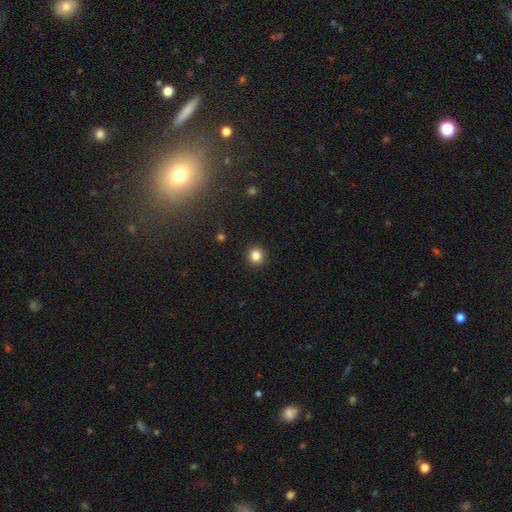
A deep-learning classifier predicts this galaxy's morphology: Smooth or featured?
  - smooth: 84% *
  - star or artifact: 11%
  - featured or disk: 5%
How rounded?
  - round: 91% *
  - in between: 8%
  - cigar-shaped: 1%
Merging?
  - none: 92% *
  - minor disturbance: 5%
  - major disturbance: 2%
  - merger: 1%